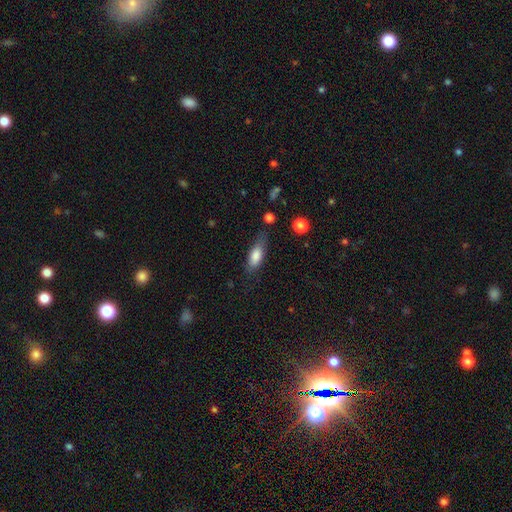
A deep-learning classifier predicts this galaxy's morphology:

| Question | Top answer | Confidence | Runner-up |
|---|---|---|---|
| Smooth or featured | smooth | 78% | featured or disk (15%) |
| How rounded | in between | 70% | cigar-shaped (28%) |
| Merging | none | 61% | minor disturbance (27%) |